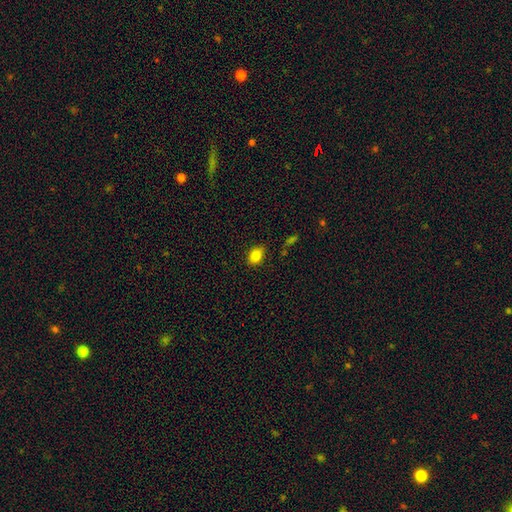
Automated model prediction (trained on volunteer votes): A smooth galaxy with no disk features (83%) that is in between round and cigar-shaped (72%).

Vote fractions:
- Smooth or featured? smooth: 83% / star or artifact: 10% / featured or disk: 7%
- How rounded? in between: 72% / round: 26% / cigar-shaped: 1%
- Merging? none: 82% / minor disturbance: 13% / major disturbance: 3% / merger: 2%